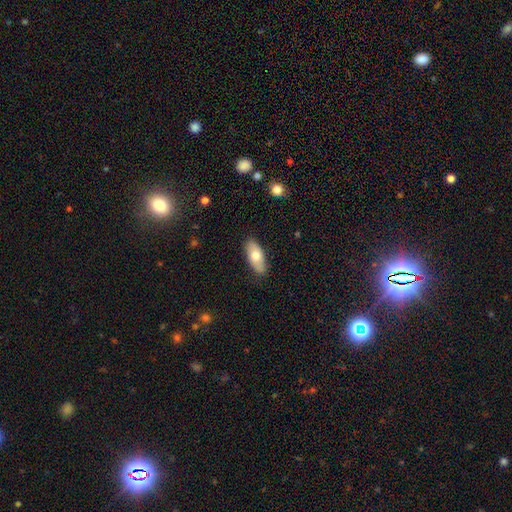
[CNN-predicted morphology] This appears to be a smooth galaxy with no disk features (71%) that is in between round and cigar-shaped (87%). Merging: none (86%).